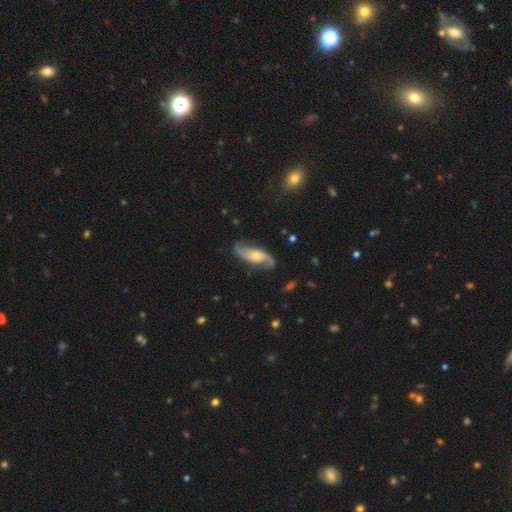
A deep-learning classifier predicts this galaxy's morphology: Q: Smooth or featured?
A: featured or disk (83%); runner-up: smooth (12%)
Q: Edge-on disk?
A: no (93%); runner-up: yes (7%)
Q: Bar?
A: no (59%); runner-up: weak (32%)
Q: Spiral arms?
A: yes (96%); runner-up: no (4%)
Q: Spiral winding?
A: loose (50%); runner-up: medium (37%)
Q: Spiral arm count?
A: 2 (91%); runner-up: can't tell (3%)
Q: Bulge size?
A: moderate (49%); runner-up: small (37%)
Q: Merging?
A: none (75%); runner-up: minor disturbance (17%)